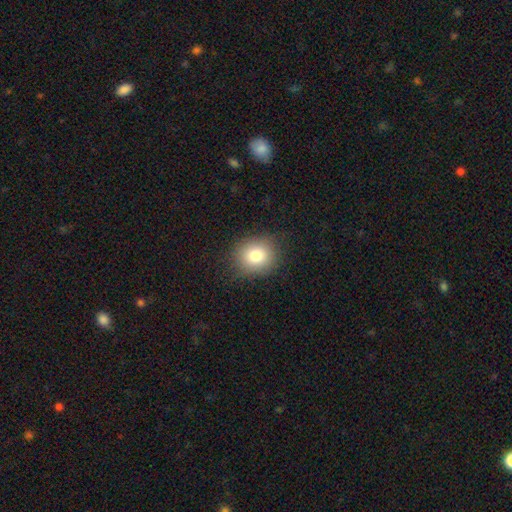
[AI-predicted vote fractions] smooth-or-featured: smooth: 81% | star or artifact: 10% | featured or disk: 9%
  how-rounded: round: 68% | in between: 31% | cigar-shaped: 1%
  merging: none: 84% | minor disturbance: 12% | major disturbance: 4% | merger: 1%